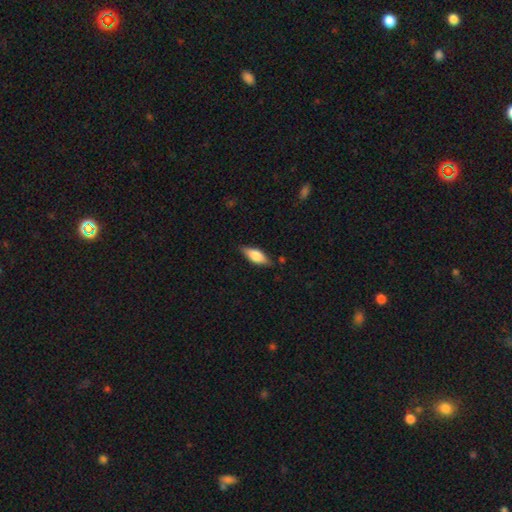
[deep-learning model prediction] Smooth or featured?
  - smooth: 60% *
  - featured or disk: 33%
  - star or artifact: 7%
How rounded?
  - in between: 70% *
  - cigar-shaped: 27%
  - round: 3%
Merging?
  - none: 82% *
  - minor disturbance: 14%
  - major disturbance: 3%
  - merger: 2%